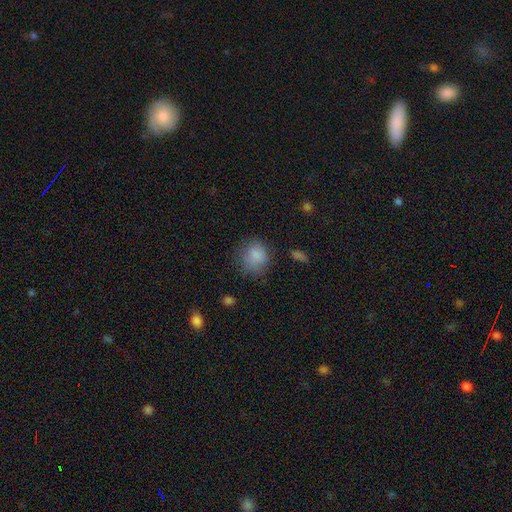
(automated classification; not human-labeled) smooth-or-featured: smooth: 81% | star or artifact: 11% | featured or disk: 8%
  how-rounded: round: 73% | in between: 26% | cigar-shaped: 1%
  merging: none: 67% | minor disturbance: 22% | major disturbance: 9% | merger: 3%